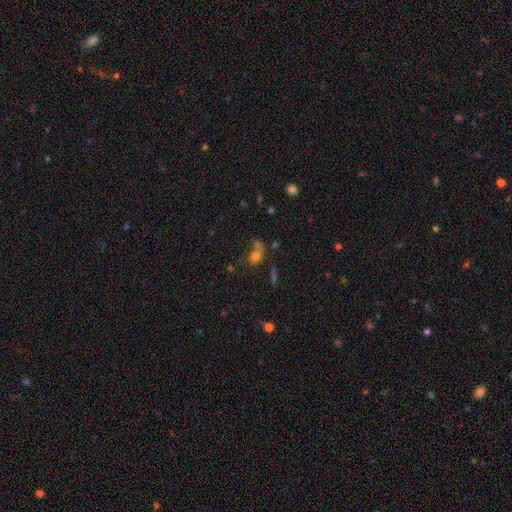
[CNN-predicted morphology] smooth_or_featured: smooth (p=0.64) [alt: star or artifact p=0.21]
how_rounded: in between (p=0.64) [alt: round p=0.31]
merging: none (p=0.37) [alt: merger p=0.32]